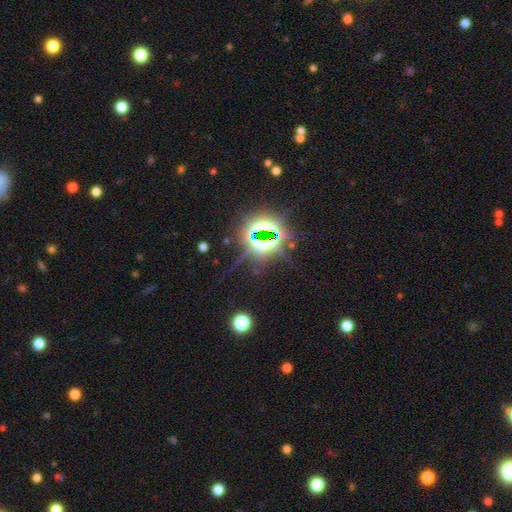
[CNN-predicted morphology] A star or artifact, not a galaxy (81%).